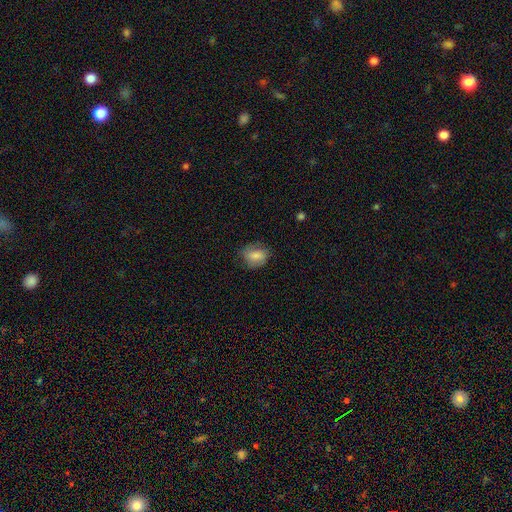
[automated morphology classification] This appears to be a smooth galaxy with no disk features (75%) that is in between round and cigar-shaped (56%). Merging: none (69%).